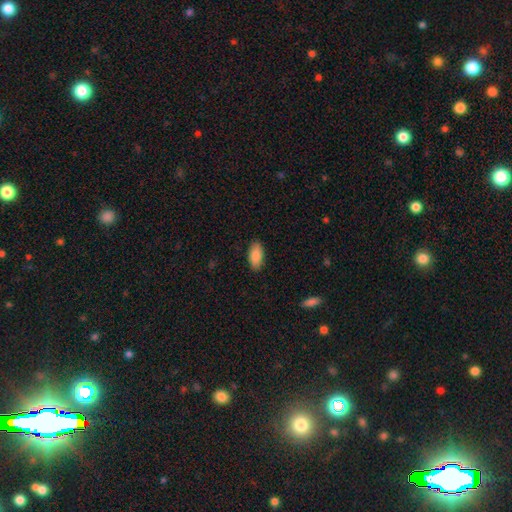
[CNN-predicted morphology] Smooth or featured: smooth — 88% (star or artifact — 6%)
How rounded: in between — 91% (cigar-shaped — 7%)
Merging: none — 88% (minor disturbance — 9%)